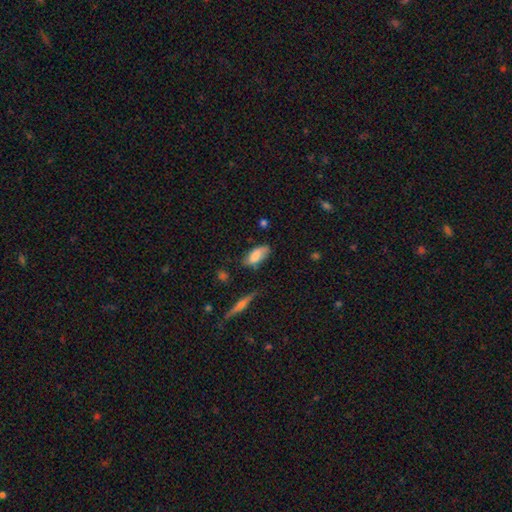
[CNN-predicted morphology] Overall: smooth (75%). How rounded: in between (88%). Merging: none (63%; minor disturbance 28%).